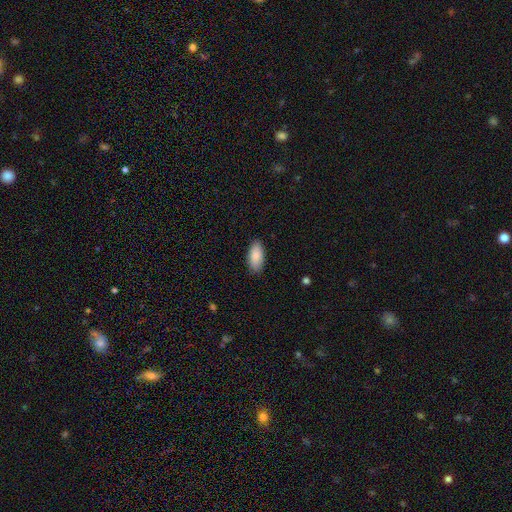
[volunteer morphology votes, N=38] Smooth or featured?
  - smooth: 95% *
  - star or artifact: 5%
  - featured or disk: 0%
How rounded?
  - in between: 92% *
  - cigar-shaped: 8%
  - round: 0%
Merging?
  - none: 86% *
  - minor disturbance: 11%
  - major disturbance: 3%
  - merger: 0%